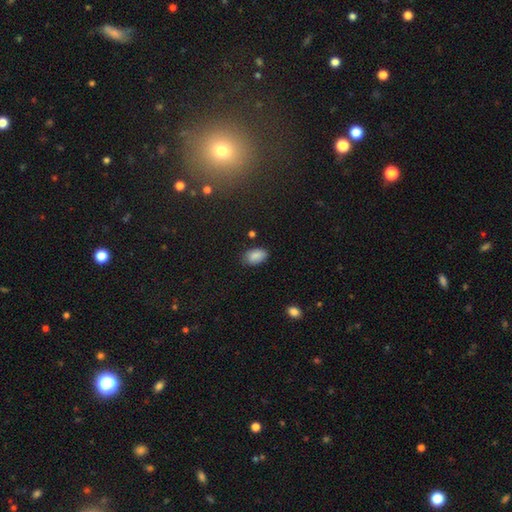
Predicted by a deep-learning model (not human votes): This is clearly a smooth galaxy (86%). How rounded: clearly in between (92%). Merging: likely none (77%).